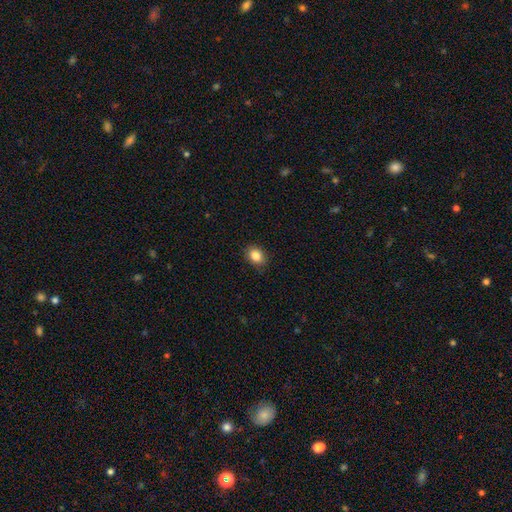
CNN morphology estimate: smooth_or_featured: smooth (p=0.86) [alt: star or artifact p=0.09]
how_rounded: in between (p=0.59) [alt: round p=0.40]
merging: none (p=0.86) [alt: minor disturbance p=0.10]